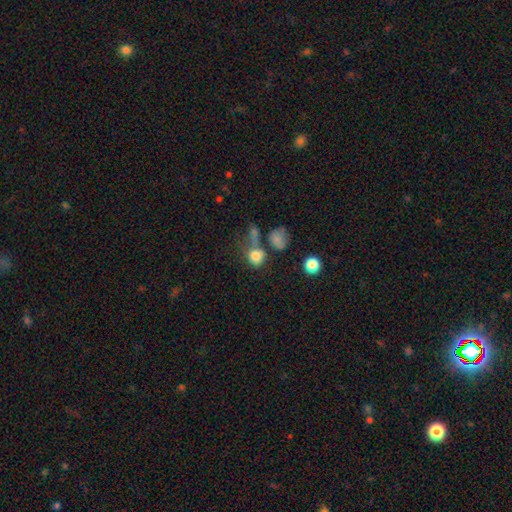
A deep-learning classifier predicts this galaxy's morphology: type=smooth (79%); roundness=round (76%); merging=none (45%).